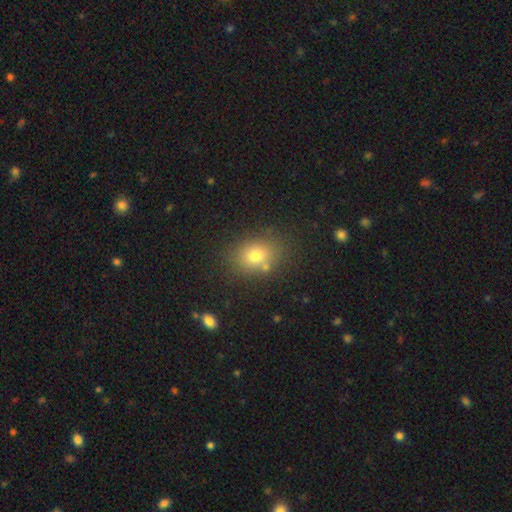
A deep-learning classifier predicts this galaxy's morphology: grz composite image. It shows a smooth galaxy with no disk features (76%) that is in between round and cigar-shaped (59%). Merging: none (77%).